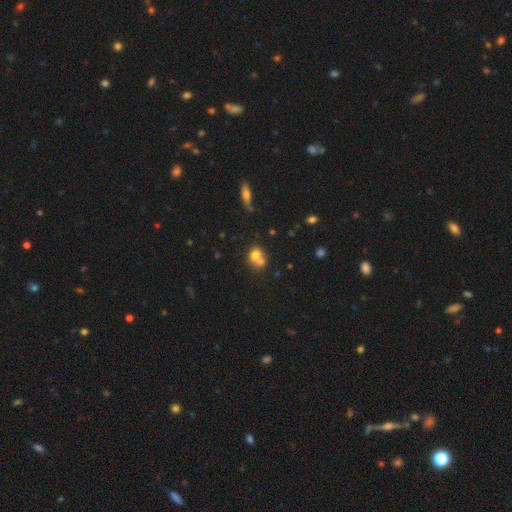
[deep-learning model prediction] Smooth or featured? Predicted: smooth (p=0.69). How rounded? Predicted: round (p=0.68). Merging? Predicted: merger (p=0.58).